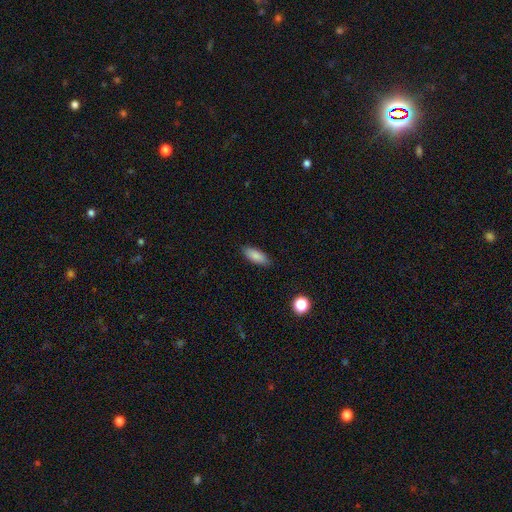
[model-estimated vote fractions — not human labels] Smooth or featured?
  - smooth: 86% *
  - star or artifact: 7%
  - featured or disk: 7%
How rounded?
  - in between: 75% *
  - cigar-shaped: 23%
  - round: 2%
Merging?
  - none: 87% *
  - minor disturbance: 10%
  - major disturbance: 2%
  - merger: 1%